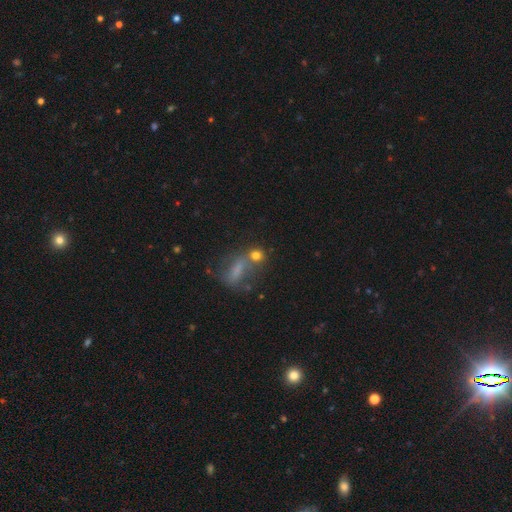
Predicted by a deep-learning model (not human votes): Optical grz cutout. It shows a smooth galaxy with no disk features (70%) that is round (69%). Merging: none (48%).